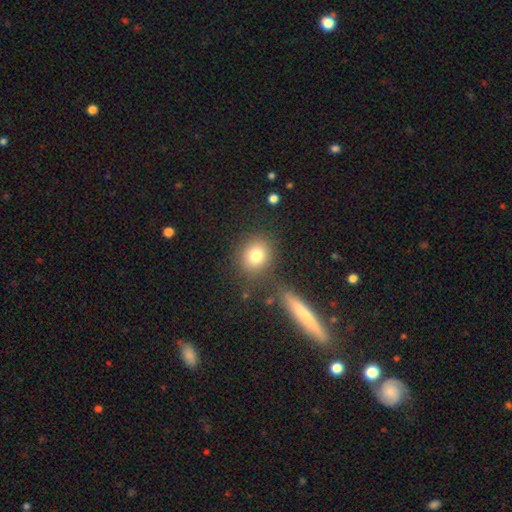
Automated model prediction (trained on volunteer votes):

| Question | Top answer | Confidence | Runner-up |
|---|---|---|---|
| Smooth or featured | smooth | 80% | star or artifact (11%) |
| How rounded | round | 79% | in between (20%) |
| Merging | none | 77% | minor disturbance (10%) |